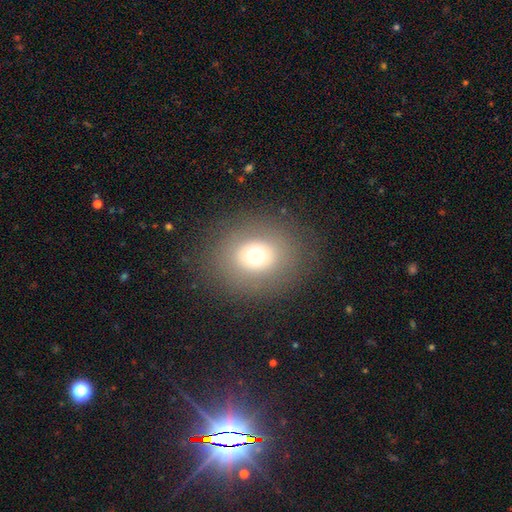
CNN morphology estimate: smooth 65%, featured or disk 20%, star or artifact 15%. Down the decision tree: how rounded — round (73%); merging — none (85%).